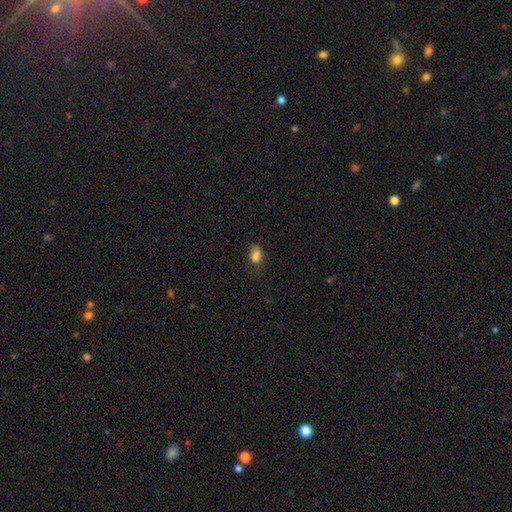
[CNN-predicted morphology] smooth 78%, star or artifact 15%, featured or disk 8%. Down the decision tree: how rounded — in between (83%); merging — none (48%).